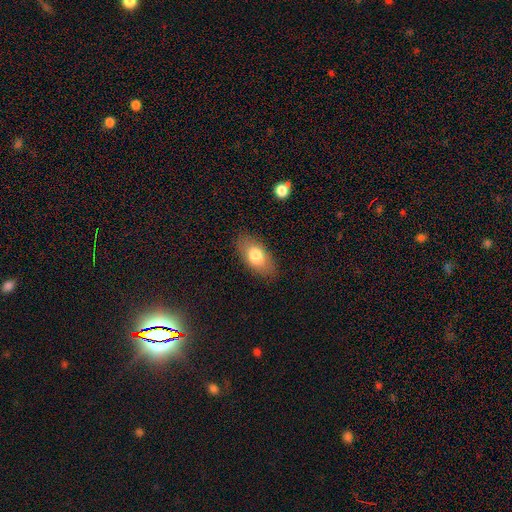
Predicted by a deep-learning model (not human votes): smooth_or_featured: smooth (p=0.76) [alt: featured or disk p=0.16]
how_rounded: in between (p=0.91) [alt: round p=0.05]
merging: none (p=0.84) [alt: minor disturbance p=0.11]